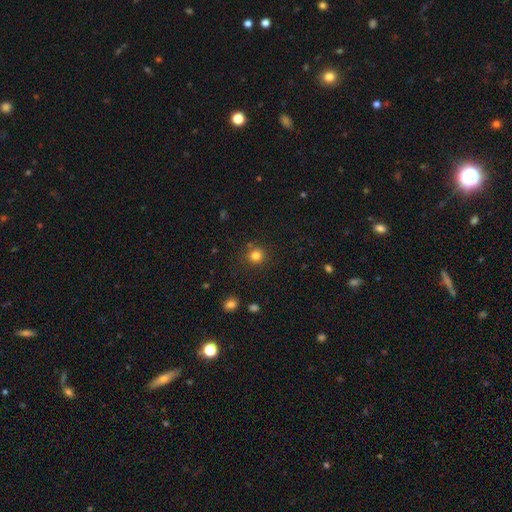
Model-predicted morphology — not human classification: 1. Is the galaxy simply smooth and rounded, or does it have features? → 81% smooth, 14% star or artifact, 5% featured or disk.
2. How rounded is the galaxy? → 91% round, 8% in between, 1% cigar-shaped.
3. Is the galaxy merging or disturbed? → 83% none, 8% minor disturbance, 5% merger, 3% major disturbance.